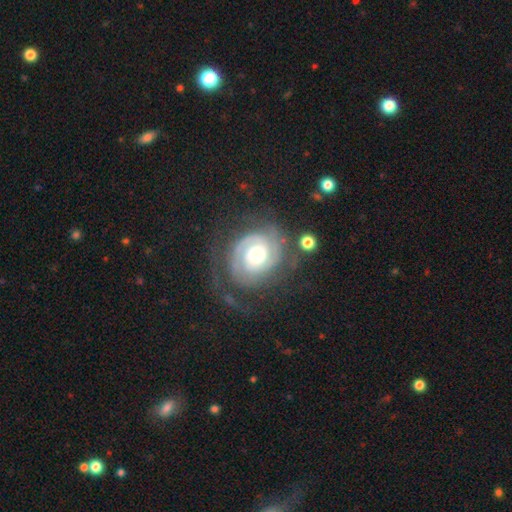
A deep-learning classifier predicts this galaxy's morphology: type=featured or disk (87%); edge-on=no (98%); bar=no (67%); spiral arms=yes (96%); winding=tight (69%); arm count=2 (49%); bulge=moderate (61%); merging=none (61%).